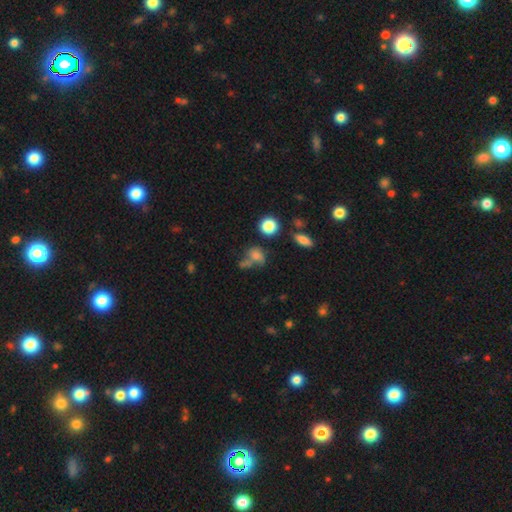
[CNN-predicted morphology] type=smooth (68%); roundness=in between (51%); merging=none (37%).